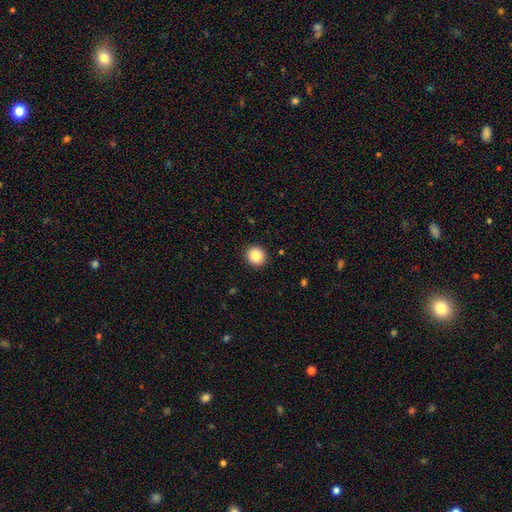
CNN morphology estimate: Smooth or featured? Predicted: smooth (p=0.84). How rounded? Predicted: round (p=0.90). Merging? Predicted: none (p=0.92).